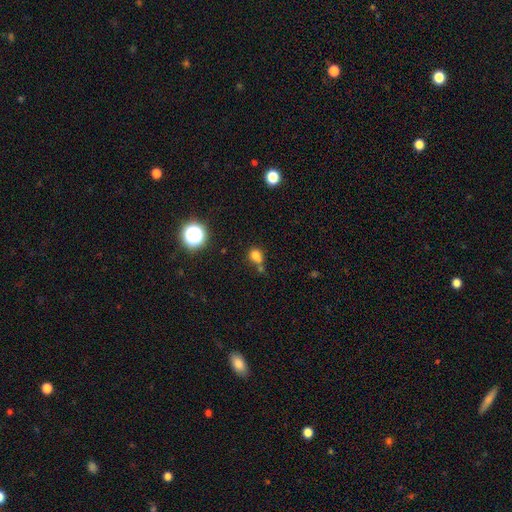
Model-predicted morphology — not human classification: This is likely a smooth galaxy (75%). How rounded: likely round (66%). Merging: possibly none (50%).